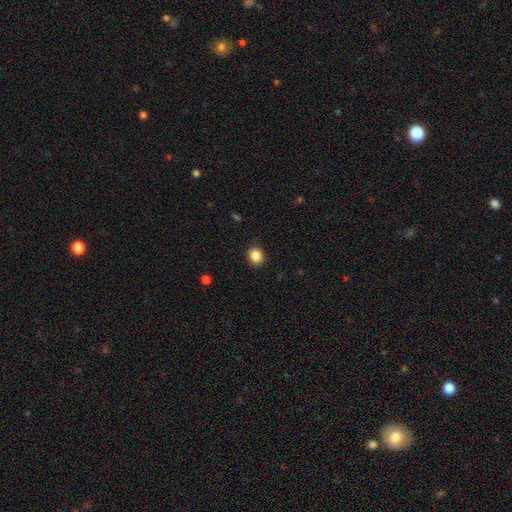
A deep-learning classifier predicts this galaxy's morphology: smooth 87%, star or artifact 10%, featured or disk 4%. Down the decision tree: how rounded — round (72%); merging — none (90%).